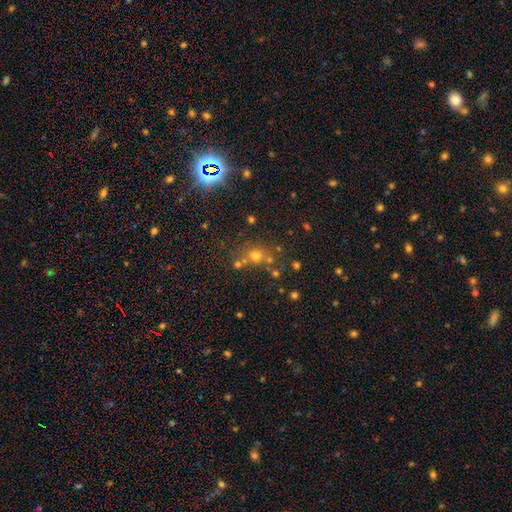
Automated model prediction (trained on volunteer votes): Smooth or featured?
  - smooth: 56% *
  - star or artifact: 31%
  - featured or disk: 12%
How rounded?
  - round: 82% *
  - in between: 17%
  - cigar-shaped: 1%
Merging?
  - none: 64% *
  - merger: 20%
  - minor disturbance: 11%
  - major disturbance: 6%